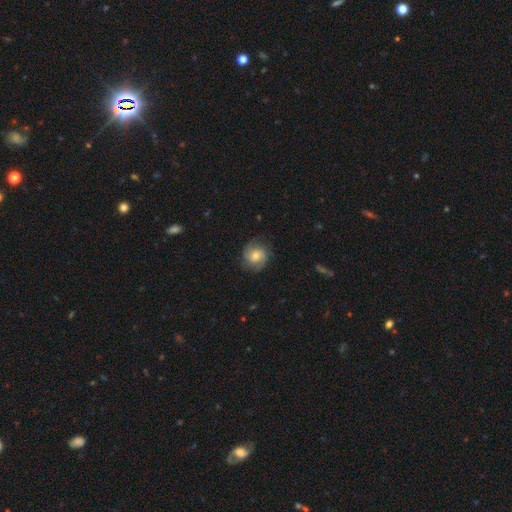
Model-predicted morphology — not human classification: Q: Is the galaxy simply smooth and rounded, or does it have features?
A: featured or disk — 61%.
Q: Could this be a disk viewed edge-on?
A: no — 98%.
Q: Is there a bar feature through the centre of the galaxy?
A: no — 72%.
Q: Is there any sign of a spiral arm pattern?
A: yes — 91%.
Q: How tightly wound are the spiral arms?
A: tight — 43%.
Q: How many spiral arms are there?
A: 2 — 64%.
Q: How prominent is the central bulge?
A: moderate — 55%.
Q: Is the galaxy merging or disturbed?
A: none — 79%.